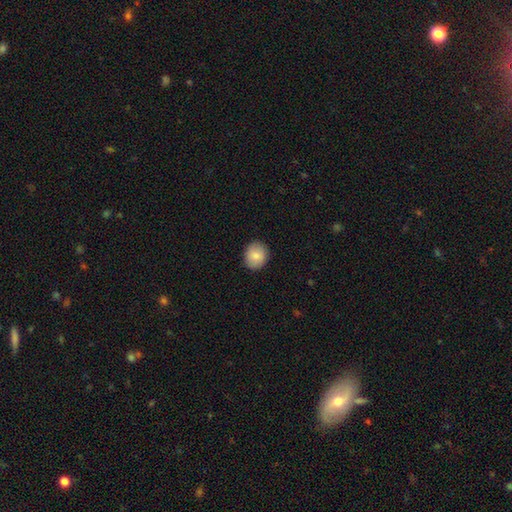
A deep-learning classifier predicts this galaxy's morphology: smooth 84%, featured or disk 9%, star or artifact 8%. Down the decision tree: how rounded — round (75%); merging — none (89%).